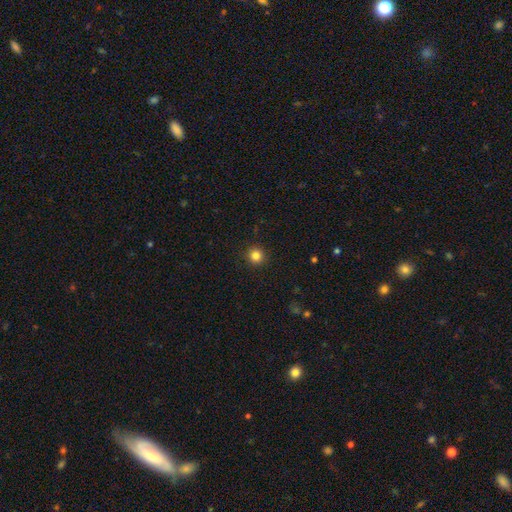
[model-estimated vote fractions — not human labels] Morphology: type=smooth (83%); roundness=round (94%); merging=none (92%).